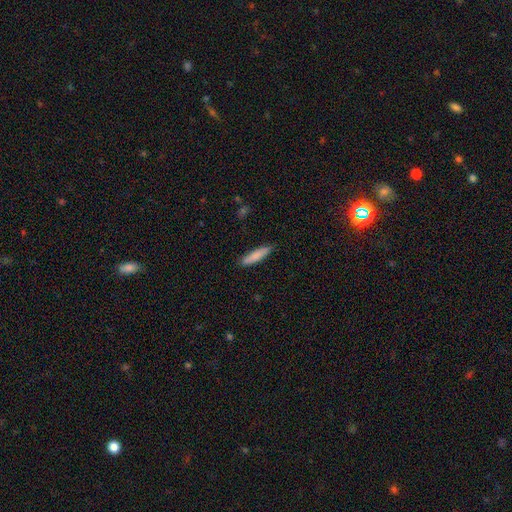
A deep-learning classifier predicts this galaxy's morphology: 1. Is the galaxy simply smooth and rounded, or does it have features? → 83% smooth, 12% featured or disk, 6% star or artifact.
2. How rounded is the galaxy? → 84% cigar-shaped, 15% in between, 1% round.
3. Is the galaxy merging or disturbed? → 87% none, 10% minor disturbance, 2% major disturbance, 1% merger.